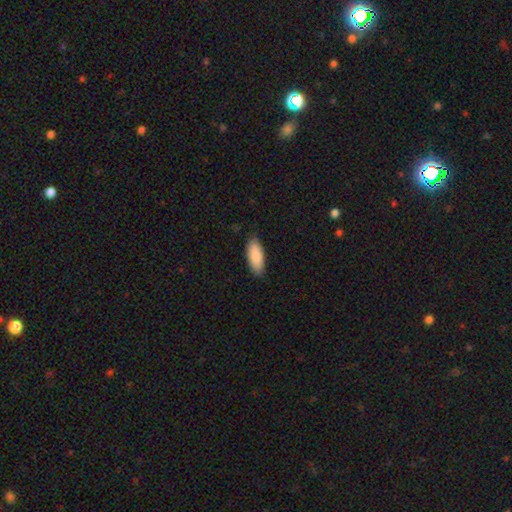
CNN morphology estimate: smooth 89%, star or artifact 5%, featured or disk 5%. Down the decision tree: how rounded — in between (78%); merging — none (85%).